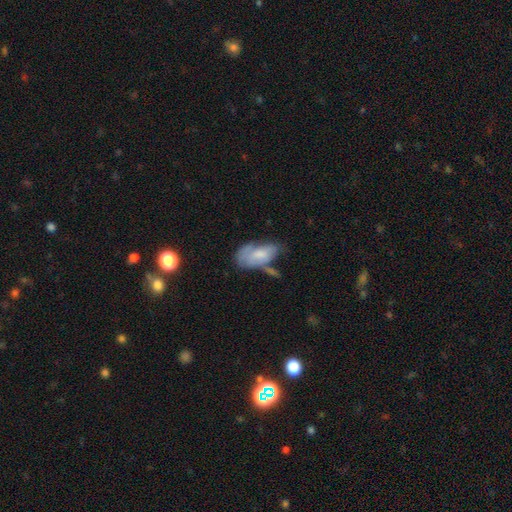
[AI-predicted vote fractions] smooth-or-featured: smooth: 64% | featured or disk: 28% | star or artifact: 8%
  how-rounded: in between: 91% | cigar-shaped: 5% | round: 4%
  merging: none: 31% | minor disturbance: 29% | major disturbance: 21% | merger: 18%